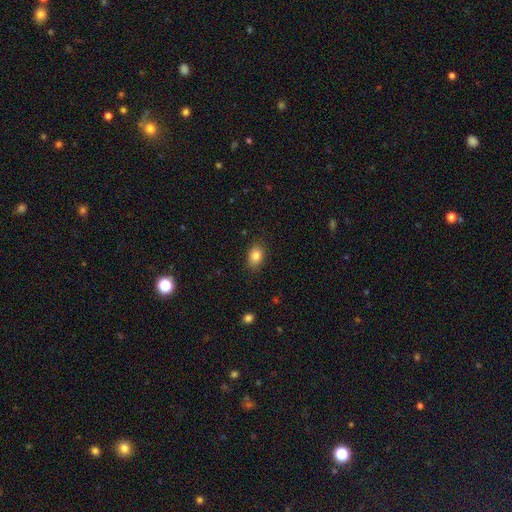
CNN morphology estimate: Smooth or featured? Predicted: smooth (p=0.84). How rounded? Predicted: in between (p=0.78). Merging? Predicted: none (p=0.86).